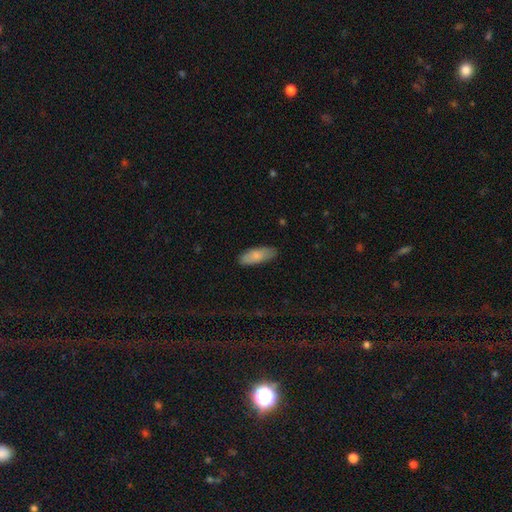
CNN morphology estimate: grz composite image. It shows a smooth galaxy with no disk features (80%) that is in between round and cigar-shaped (75%). Merging: none (83%).